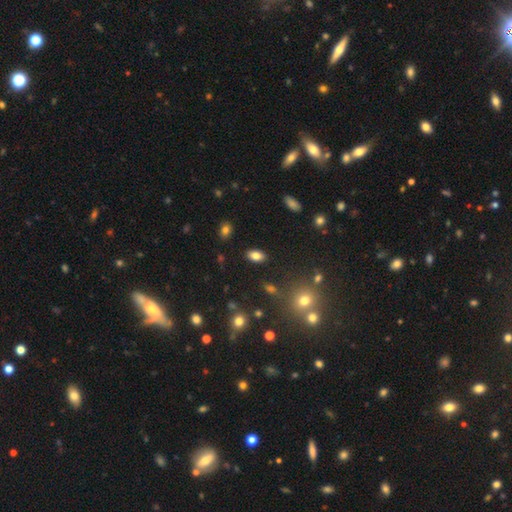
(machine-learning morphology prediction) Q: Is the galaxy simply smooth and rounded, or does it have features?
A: smooth — 80%.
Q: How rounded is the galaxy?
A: in between — 91%.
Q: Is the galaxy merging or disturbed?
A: none — 86%.